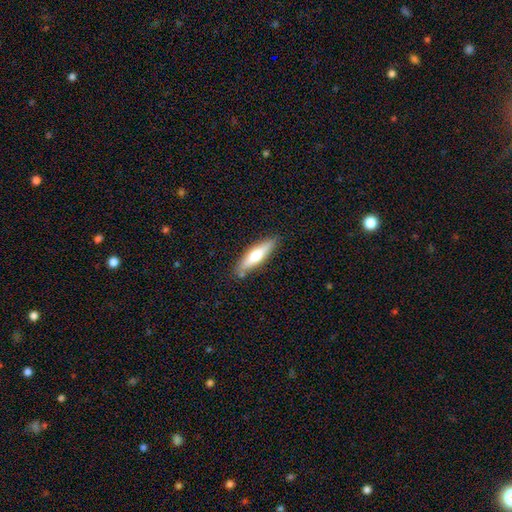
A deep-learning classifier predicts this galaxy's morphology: smooth 59%, featured or disk 36%, star or artifact 6%. Down the decision tree: how rounded — cigar-shaped (72%); merging — none (83%).